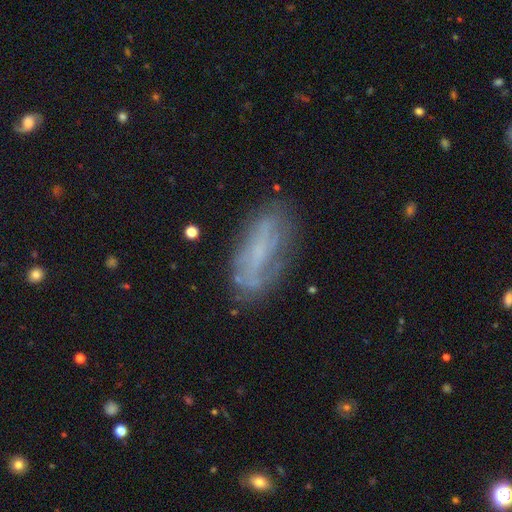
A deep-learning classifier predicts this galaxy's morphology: A featured or disk galaxy (45%).

Vote fractions:
- Smooth or featured? featured or disk: 45% / smooth: 43% / star or artifact: 12%
- Merging? none: 67% / minor disturbance: 21% / major disturbance: 9% / merger: 3%